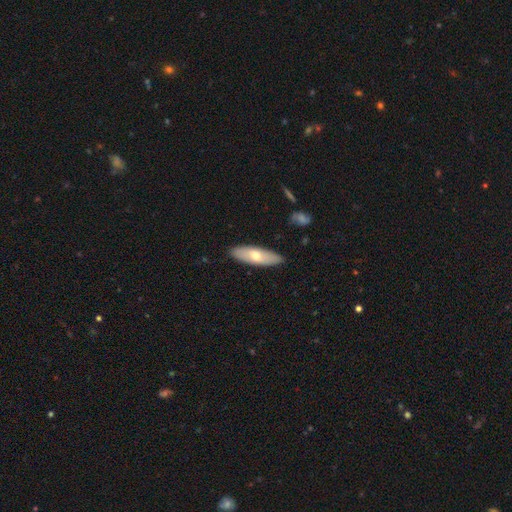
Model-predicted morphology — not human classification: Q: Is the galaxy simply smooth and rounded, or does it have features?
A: smooth — 60%.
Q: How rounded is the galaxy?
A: in between — 55%.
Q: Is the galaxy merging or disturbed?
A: none — 89%.